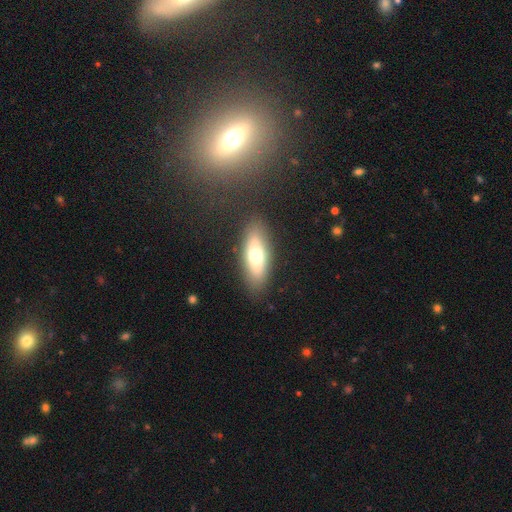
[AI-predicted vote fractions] smooth_or_featured: smooth (p=0.61) [alt: featured or disk p=0.32]
how_rounded: in between (p=0.74) [alt: cigar-shaped p=0.23]
merging: none (p=0.84) [alt: minor disturbance p=0.11]